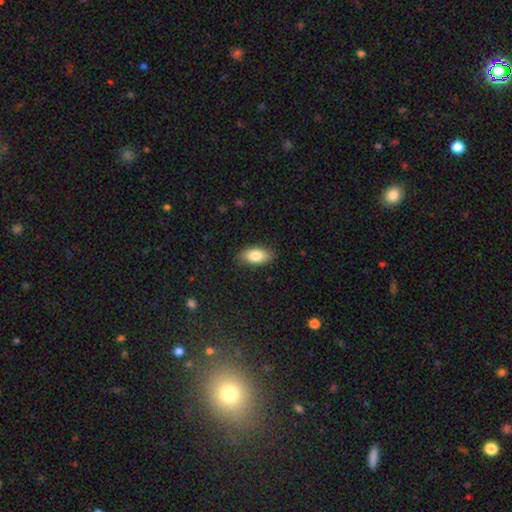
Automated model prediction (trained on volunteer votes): smooth-or-featured: smooth: 81% | featured or disk: 12% | star or artifact: 7%
  how-rounded: in between: 90% | cigar-shaped: 6% | round: 4%
  merging: none: 86% | minor disturbance: 10% | major disturbance: 2% | merger: 1%